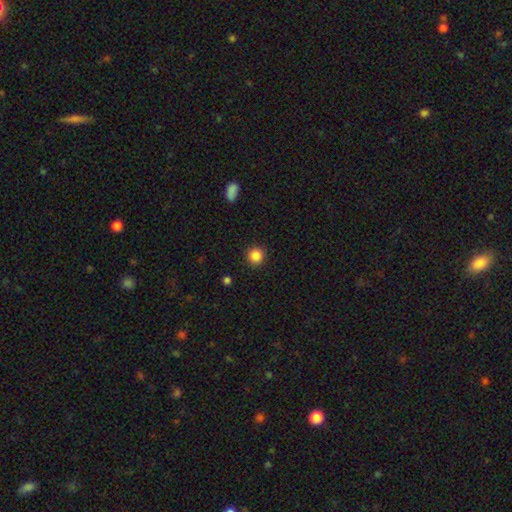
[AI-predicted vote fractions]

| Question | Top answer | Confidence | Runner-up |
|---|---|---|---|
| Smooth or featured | smooth | 86% | star or artifact (10%) |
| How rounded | round | 94% | in between (5%) |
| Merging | none | 92% | minor disturbance (5%) |